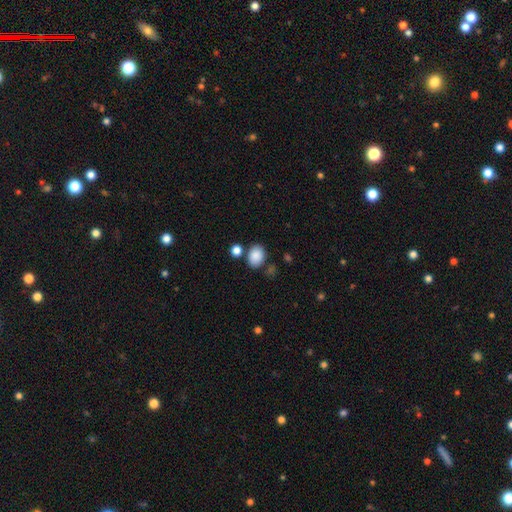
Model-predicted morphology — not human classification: This appears to be a smooth galaxy with no disk features (87%) that is in between round and cigar-shaped (62%). Merging: none (73%).